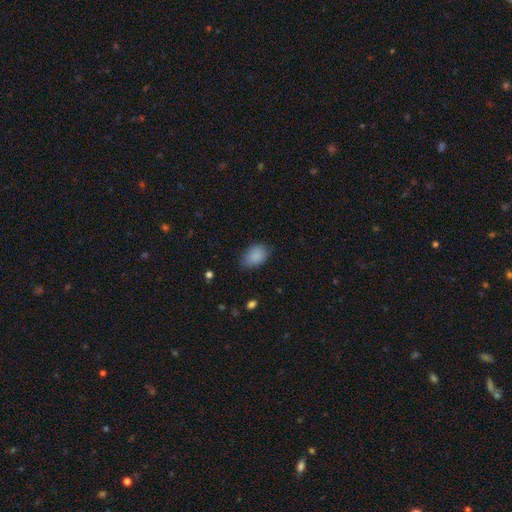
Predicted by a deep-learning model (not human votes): The model was most divided on "merging": none: 73%, minor disturbance: 22%, major disturbance: 4%, merger: 1%. More confident: smooth or featured — smooth (88%); how rounded — in between (84%).